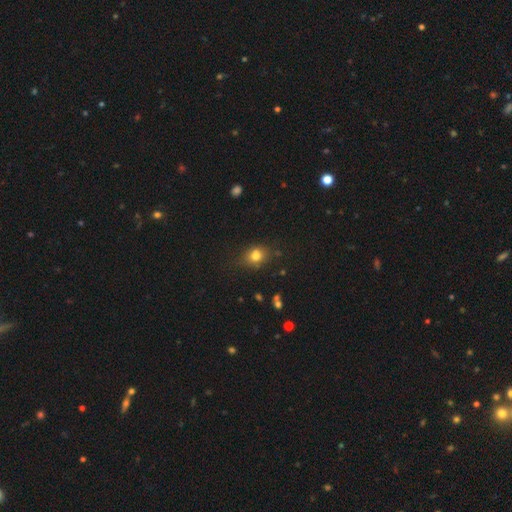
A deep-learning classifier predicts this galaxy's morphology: The model was most divided on "how rounded": round: 53%, in between: 45%, cigar-shaped: 2%. More confident: smooth or featured — smooth (78%); merging — none (72%).